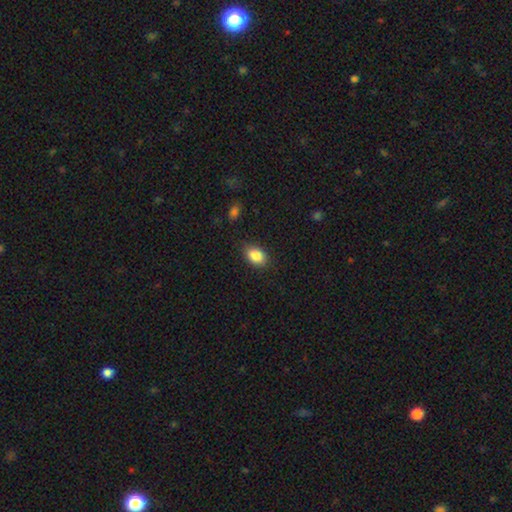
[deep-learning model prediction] This is clearly a smooth galaxy (87%). How rounded: clearly in between (84%). Merging: clearly none (84%).